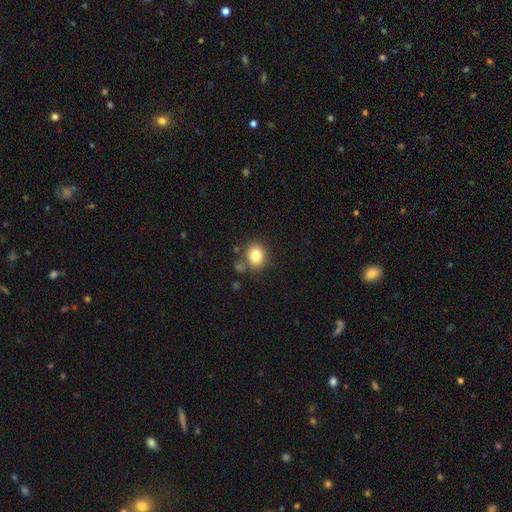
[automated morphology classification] type=smooth (82%); roundness=round (60%); merging=none (75%).